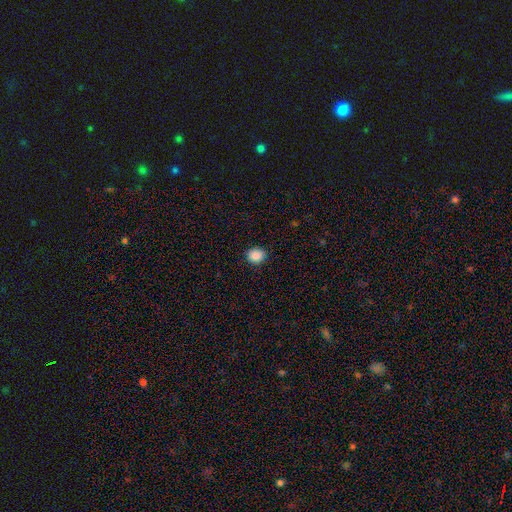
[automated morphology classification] Smooth or featured?
  - smooth: 88% *
  - star or artifact: 9%
  - featured or disk: 2%
How rounded?
  - round: 72% *
  - in between: 27%
  - cigar-shaped: 1%
Merging?
  - none: 90% *
  - minor disturbance: 7%
  - major disturbance: 2%
  - merger: 1%